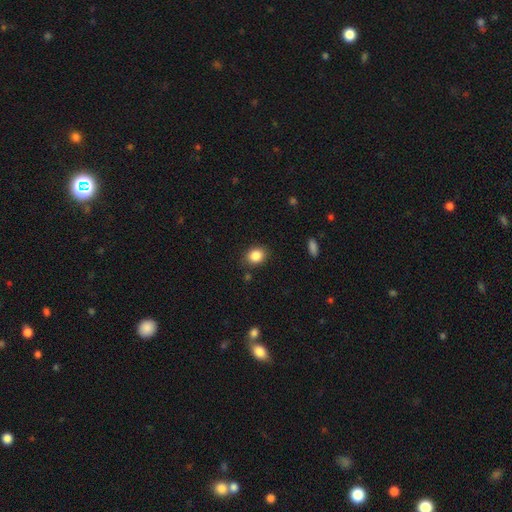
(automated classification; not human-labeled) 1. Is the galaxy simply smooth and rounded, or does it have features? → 85% smooth, 10% star or artifact, 5% featured or disk.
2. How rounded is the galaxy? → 56% round, 44% in between, 1% cigar-shaped.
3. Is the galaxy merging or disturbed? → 85% none, 10% minor disturbance, 3% major disturbance, 2% merger.